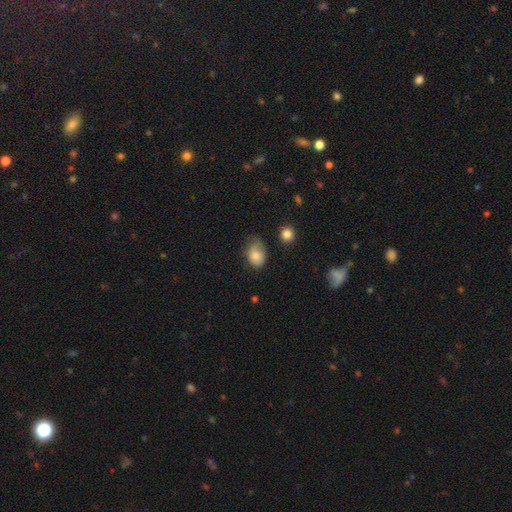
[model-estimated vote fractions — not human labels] Overall: smooth (80%). How rounded: in between (73%). Merging: minor disturbance (41%, tied with none).